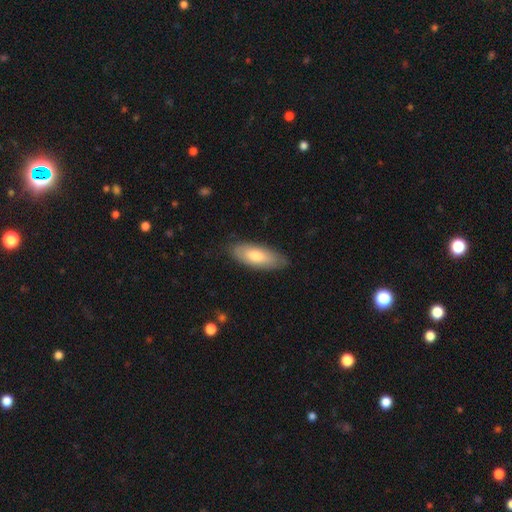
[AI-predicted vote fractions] Smooth or featured? smooth (73%)
How rounded? in between (75%)
Merging? none (82%)